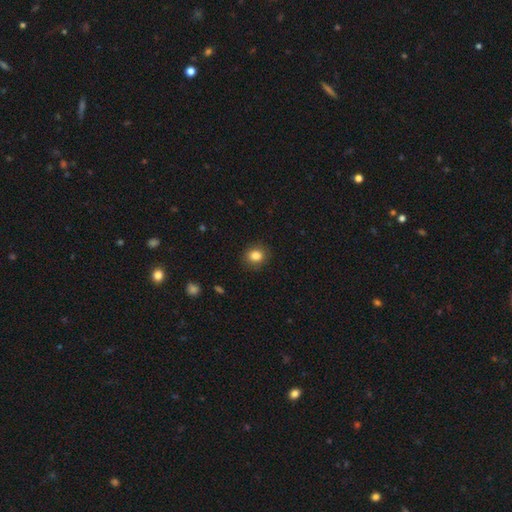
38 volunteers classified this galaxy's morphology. Smooth or featured: smooth — 89% (star or artifact — 8%)
How rounded: round — 74% (in between — 26%)
Merging: none — 94% (minor disturbance — 6%)